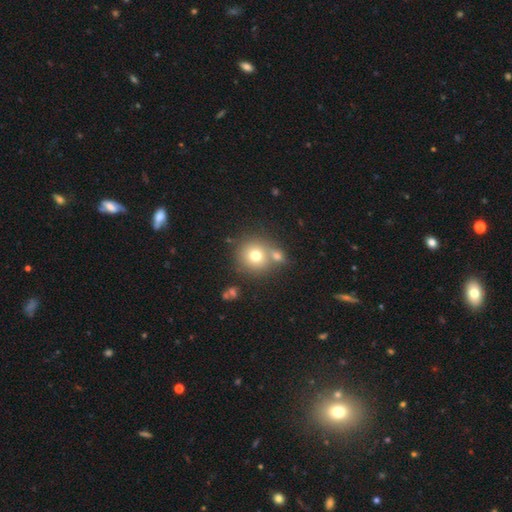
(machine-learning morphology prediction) A smooth galaxy with no disk features (72%) that is round (91%). Merging: none (62%).